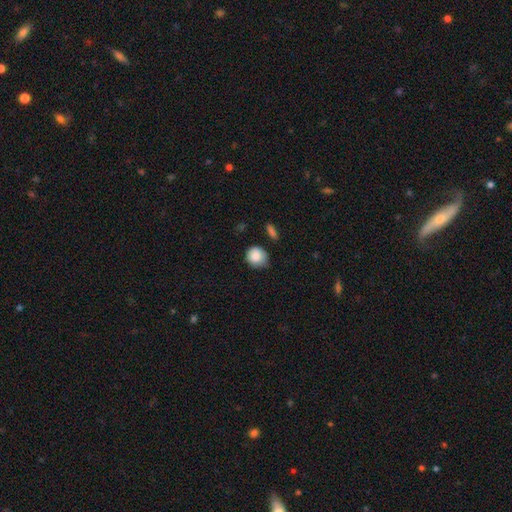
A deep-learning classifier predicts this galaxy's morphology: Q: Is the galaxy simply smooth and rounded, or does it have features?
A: smooth — 86%.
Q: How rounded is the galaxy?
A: round — 82%.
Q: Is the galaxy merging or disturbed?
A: none — 64%.